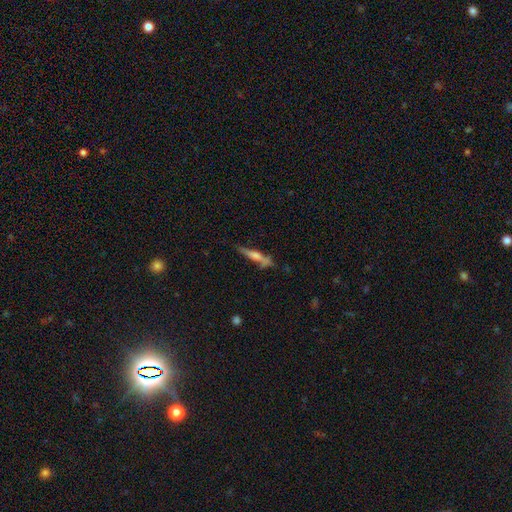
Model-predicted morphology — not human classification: featured or disk 57%, smooth 33%, star or artifact 10%. Down the decision tree: edge-on disk — yes (90%); edge-on bulge — rounded (67%); merging — none (63%).